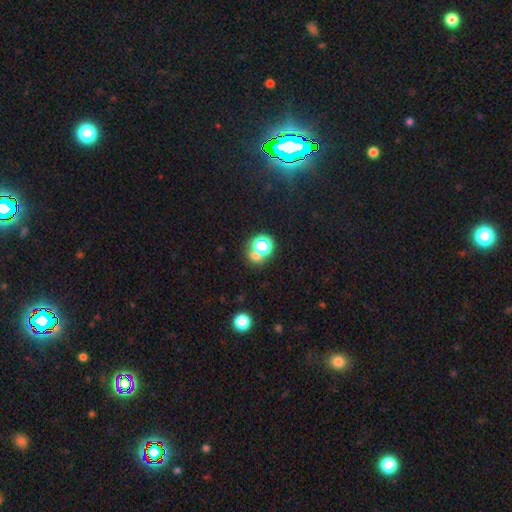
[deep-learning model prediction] A smooth galaxy with no disk features (52%) that is round (75%).

Vote fractions:
- Smooth or featured? smooth: 52% / star or artifact: 37% / featured or disk: 10%
- How rounded? round: 75% / in between: 24% / cigar-shaped: 1%
- Merging? none: 55% / merger: 31% / minor disturbance: 9% / major disturbance: 6%